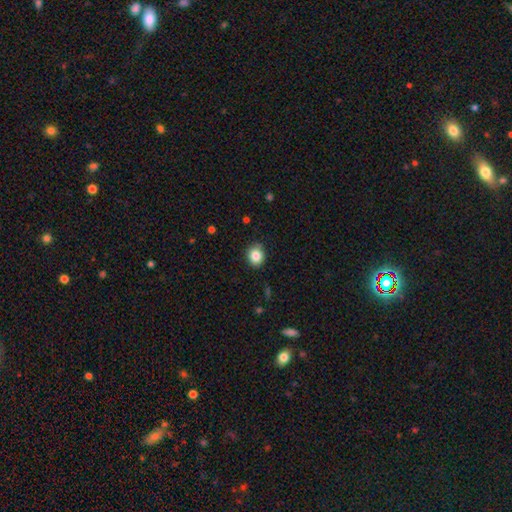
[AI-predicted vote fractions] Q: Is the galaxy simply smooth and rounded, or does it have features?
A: smooth — 85%.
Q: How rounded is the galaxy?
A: round — 68%.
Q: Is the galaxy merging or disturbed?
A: none — 85%.